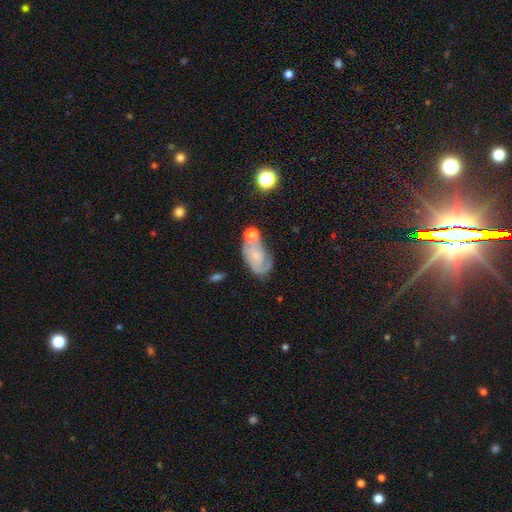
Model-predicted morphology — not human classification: smooth_or_featured: featured or disk (p=0.65) [alt: smooth p=0.26]
disk_edge_on: no (p=0.96) [alt: yes p=0.04]
bar: no (p=0.74) [alt: weak p=0.22]
has_spiral_arms: yes (p=0.86) [alt: no p=0.14]
spiral_winding: tight (p=0.49) [alt: medium p=0.36]
spiral_arm_count: 2 (p=0.41) [alt: 1 p=0.28]
bulge_size: small (p=0.69) [alt: moderate p=0.17]
merging: none (p=0.47) [alt: minor disturbance p=0.23]